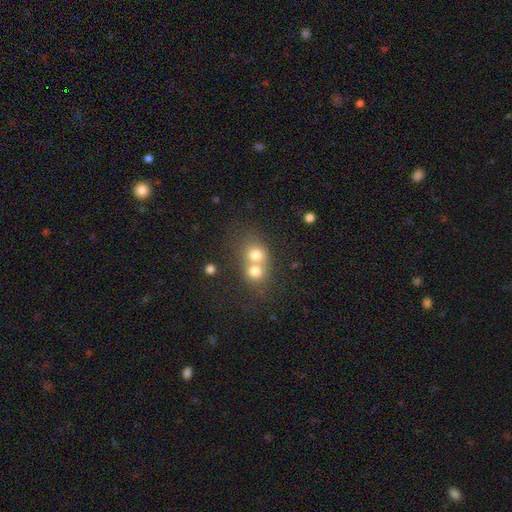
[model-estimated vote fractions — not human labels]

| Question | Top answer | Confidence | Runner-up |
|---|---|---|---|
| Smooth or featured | smooth | 70% | featured or disk (18%) |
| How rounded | round | 72% | in between (27%) |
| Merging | merger | 68% | none (24%) |